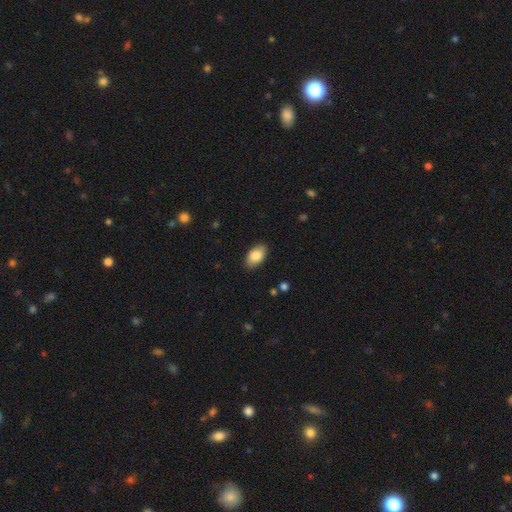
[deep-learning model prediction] This is clearly a smooth galaxy (87%). How rounded: clearly in between (94%). Merging: clearly none (87%).